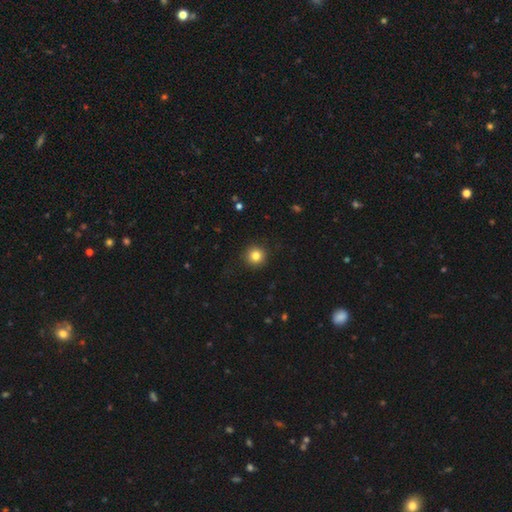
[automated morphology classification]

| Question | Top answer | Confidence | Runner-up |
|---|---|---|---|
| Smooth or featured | smooth | 83% | star or artifact (11%) |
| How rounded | round | 95% | in between (4%) |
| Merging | none | 92% | minor disturbance (5%) |